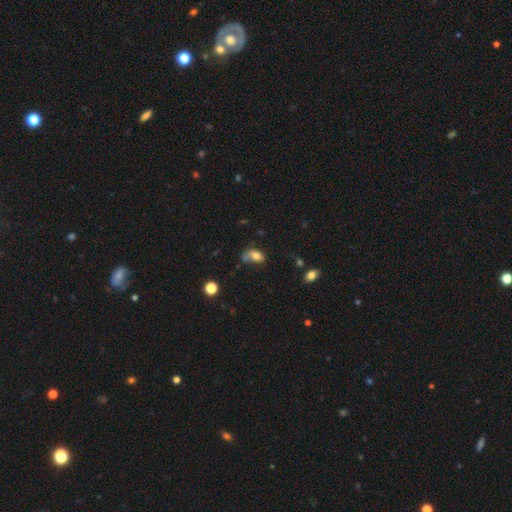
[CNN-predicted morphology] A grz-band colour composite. It shows a smooth galaxy with no disk features (73%) that is in between round and cigar-shaped (78%). Merging: none (36%).